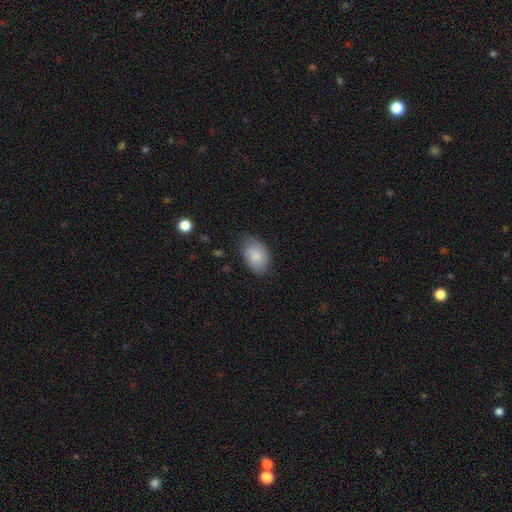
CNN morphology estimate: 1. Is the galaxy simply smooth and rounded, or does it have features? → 83% smooth, 11% featured or disk, 6% star or artifact.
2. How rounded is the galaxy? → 90% in between, 9% round, 1% cigar-shaped.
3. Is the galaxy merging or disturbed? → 73% none, 22% minor disturbance, 4% major disturbance, 1% merger.